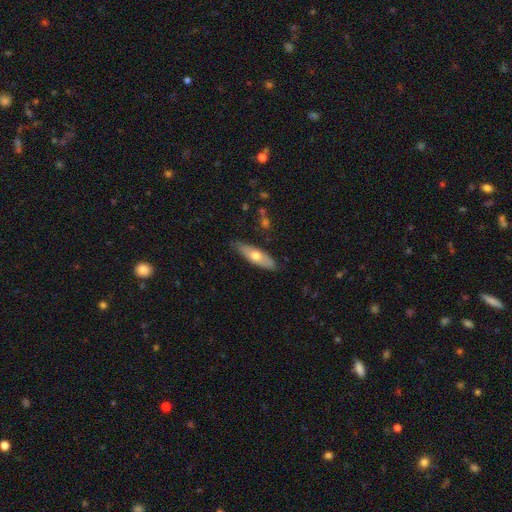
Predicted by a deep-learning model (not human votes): Smooth or featured?
  - smooth: 57% *
  - featured or disk: 37%
  - star or artifact: 6%
How rounded?
  - in between: 53% *
  - cigar-shaped: 44%
  - round: 3%
Merging?
  - none: 80% *
  - minor disturbance: 16%
  - major disturbance: 3%
  - merger: 2%